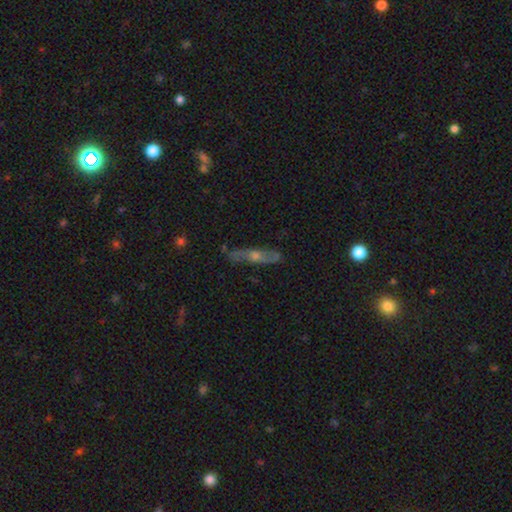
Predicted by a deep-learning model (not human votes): Smooth or featured? featured or disk (64%)
Edge-on disk? yes (66%)
Merging? none (82%)